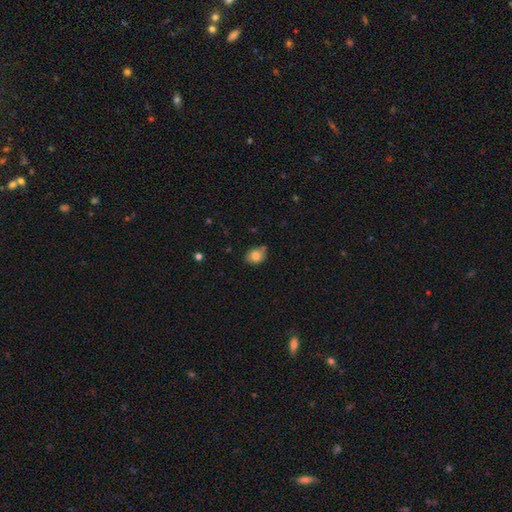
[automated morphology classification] Q: Smooth or featured?
A: smooth (80%); runner-up: featured or disk (11%)
Q: How rounded?
A: in between (58%); runner-up: round (41%)
Q: Merging?
A: none (69%); runner-up: minor disturbance (23%)